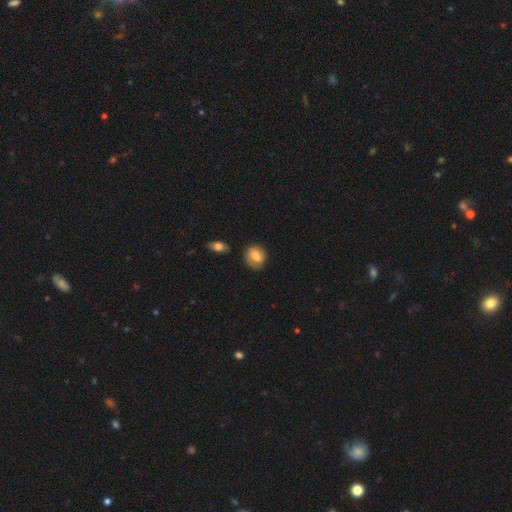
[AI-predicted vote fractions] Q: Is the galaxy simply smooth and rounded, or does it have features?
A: smooth — 69%.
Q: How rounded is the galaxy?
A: round — 58%.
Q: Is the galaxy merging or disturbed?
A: none — 70%.